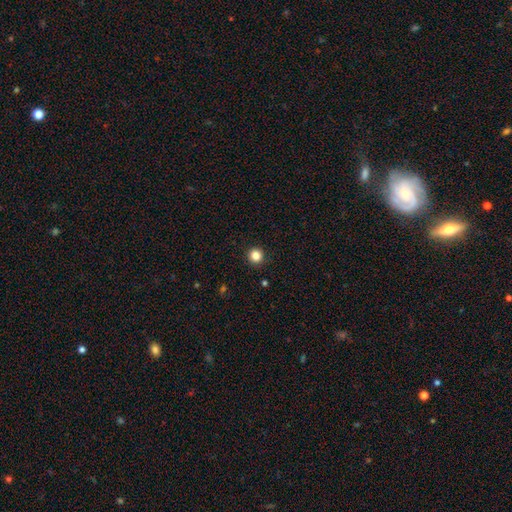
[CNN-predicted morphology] A smooth galaxy with no disk features (84%) that is round (95%). Merging: none (92%).